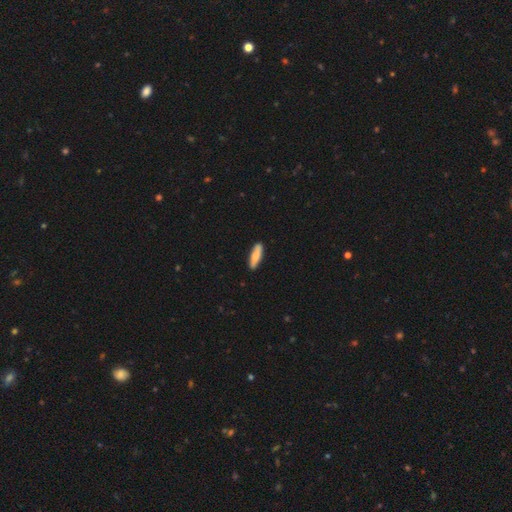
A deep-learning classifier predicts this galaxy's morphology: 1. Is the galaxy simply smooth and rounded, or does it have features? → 79% smooth, 15% featured or disk, 5% star or artifact.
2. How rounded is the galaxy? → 67% cigar-shaped, 32% in between, 2% round.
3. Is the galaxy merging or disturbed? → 88% none, 9% minor disturbance, 2% major disturbance, 1% merger.